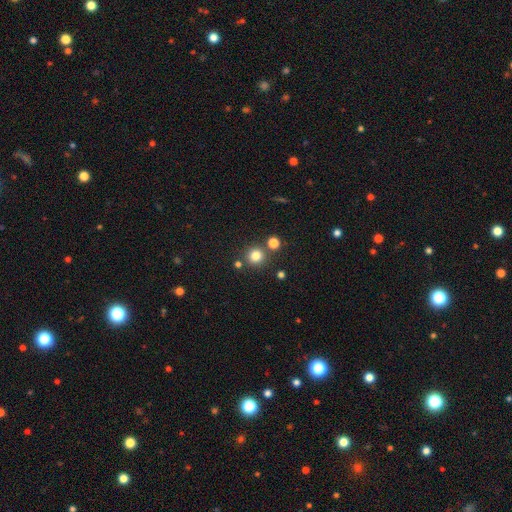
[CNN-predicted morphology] Smooth or featured?
  - smooth: 79% *
  - star or artifact: 15%
  - featured or disk: 6%
How rounded?
  - round: 93% *
  - in between: 6%
  - cigar-shaped: 1%
Merging?
  - none: 81% *
  - merger: 9%
  - minor disturbance: 7%
  - major disturbance: 3%